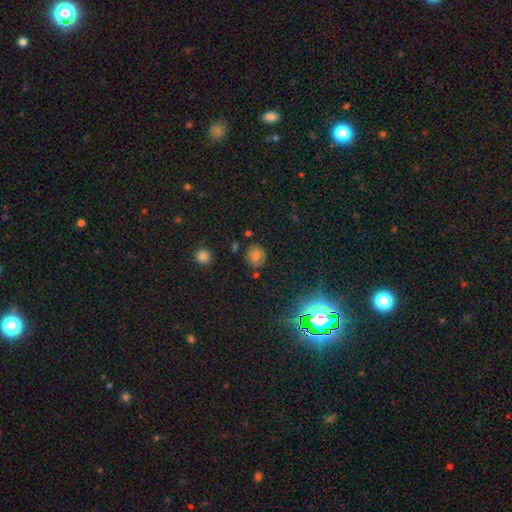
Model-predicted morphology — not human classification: The model was most divided on "smooth or featured": smooth: 66%, star or artifact: 19%, featured or disk: 16%. More confident: how rounded — round (82%); merging — none (80%).